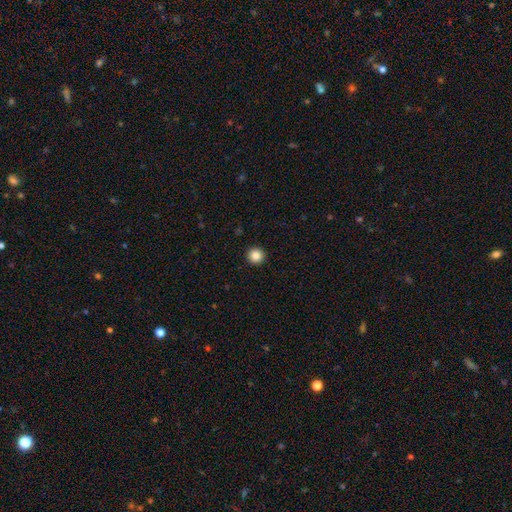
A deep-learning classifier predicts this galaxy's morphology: The model was most divided on "smooth or featured": smooth: 87%, star or artifact: 10%, featured or disk: 3%. More confident: how rounded — round (96%); merging — none (94%).